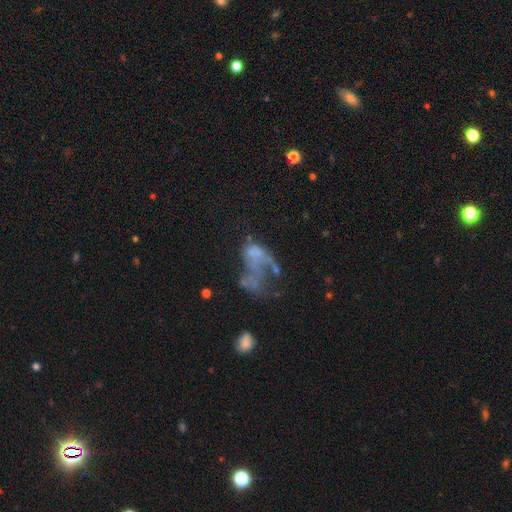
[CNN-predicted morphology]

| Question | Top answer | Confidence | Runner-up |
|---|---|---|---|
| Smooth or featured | featured or disk | 53% | smooth (31%) |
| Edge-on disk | no | 98% | yes (2%) |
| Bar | no | 93% | weak (5%) |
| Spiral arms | no | 93% | yes (7%) |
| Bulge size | none | 78% | small (11%) |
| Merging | major disturbance | 42% | merger (28%) |